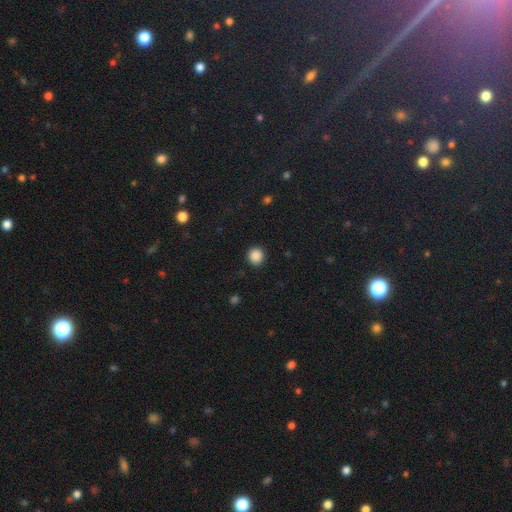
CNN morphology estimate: Smooth or featured?
  - smooth: 87% *
  - star or artifact: 10%
  - featured or disk: 3%
How rounded?
  - round: 91% *
  - in between: 8%
  - cigar-shaped: 1%
Merging?
  - none: 92% *
  - minor disturbance: 5%
  - major disturbance: 2%
  - merger: 1%